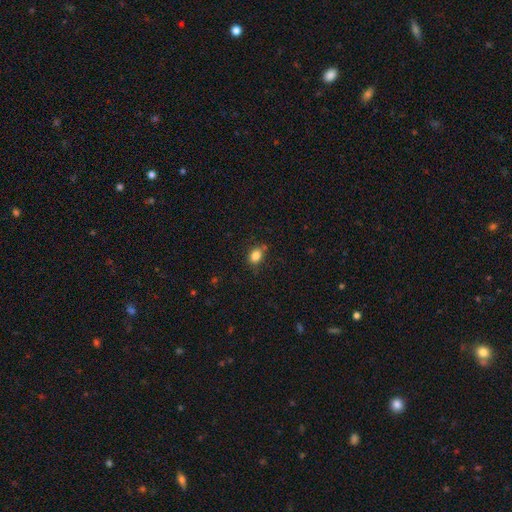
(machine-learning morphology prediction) Smooth or featured? Predicted: smooth (p=0.84). How rounded? Predicted: in between (p=0.65). Merging? Predicted: none (p=0.75).